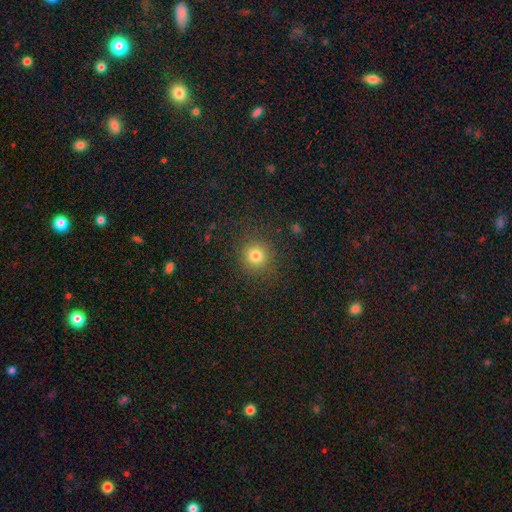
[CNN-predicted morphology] A smooth galaxy with no disk features (79%) that is round (91%). Merging: none (88%).